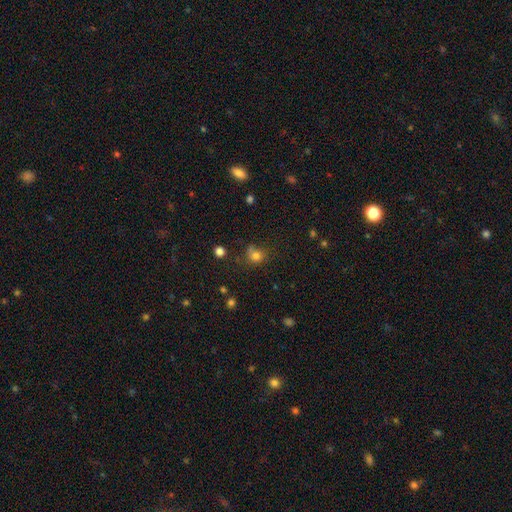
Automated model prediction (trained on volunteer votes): Smooth or featured? smooth (76%)
How rounded? round (77%)
Merging? none (61%)